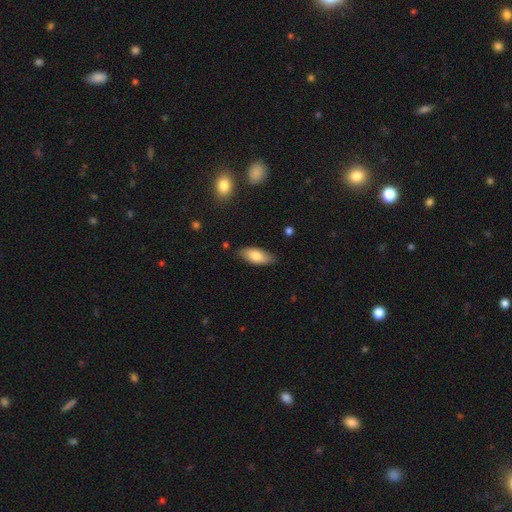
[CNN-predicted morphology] Q: Smooth or featured?
A: smooth (78%); runner-up: featured or disk (16%)
Q: How rounded?
A: in between (86%); runner-up: cigar-shaped (12%)
Q: Merging?
A: none (80%); runner-up: minor disturbance (16%)